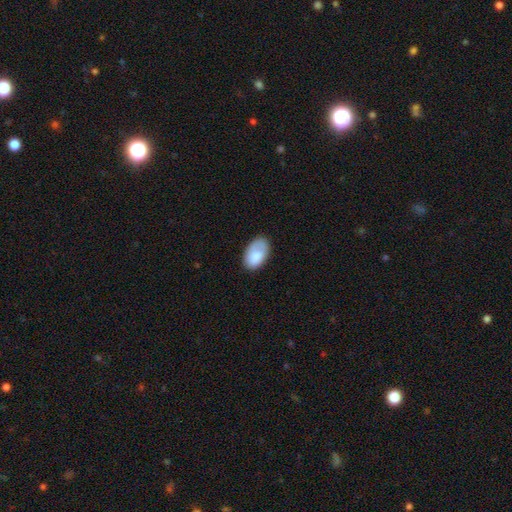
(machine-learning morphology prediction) The model was most divided on "merging": none: 67%, minor disturbance: 24%, major disturbance: 7%, merger: 2%. More confident: how rounded — in between (93%); smooth or featured — smooth (81%).